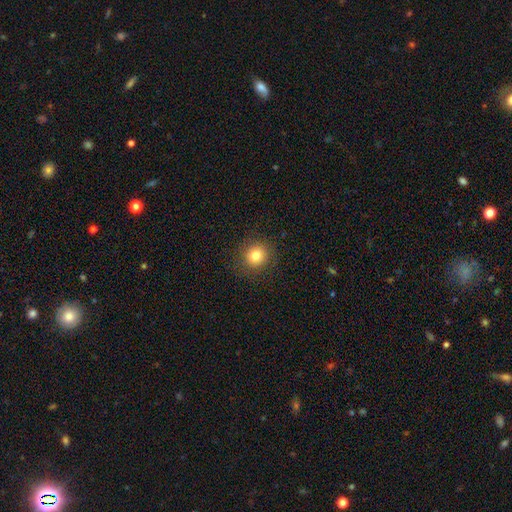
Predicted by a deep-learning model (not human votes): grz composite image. It shows a smooth galaxy with no disk features (81%) that is round (88%). Merging: none (89%).